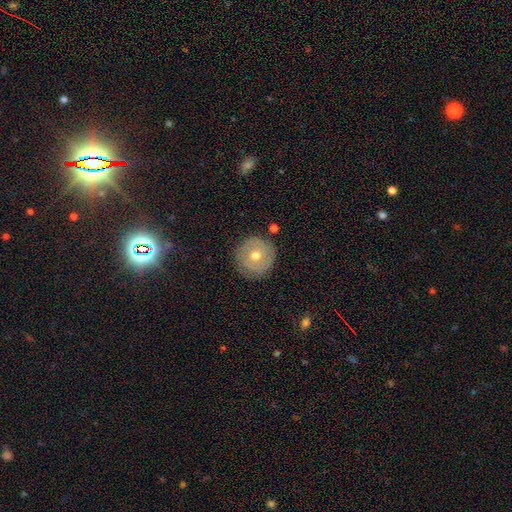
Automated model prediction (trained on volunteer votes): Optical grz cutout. It shows a smooth galaxy with no disk features (48%). Merging: none (84%).